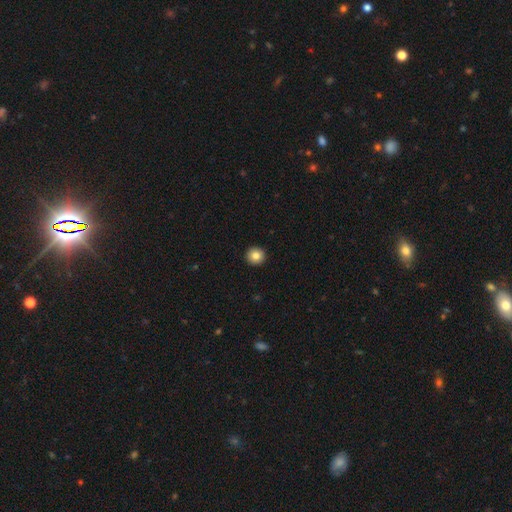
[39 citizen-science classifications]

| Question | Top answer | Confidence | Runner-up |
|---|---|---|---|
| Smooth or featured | smooth | 87% | featured or disk (8%) |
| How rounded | round | 94% | in between (6%) |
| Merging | none | 95% | minor disturbance (3%) |